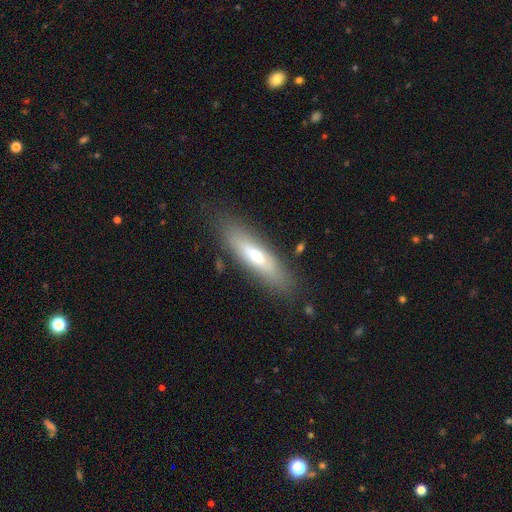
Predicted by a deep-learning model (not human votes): Smooth or featured? smooth (59%)
How rounded? cigar-shaped (66%)
Merging? none (82%)